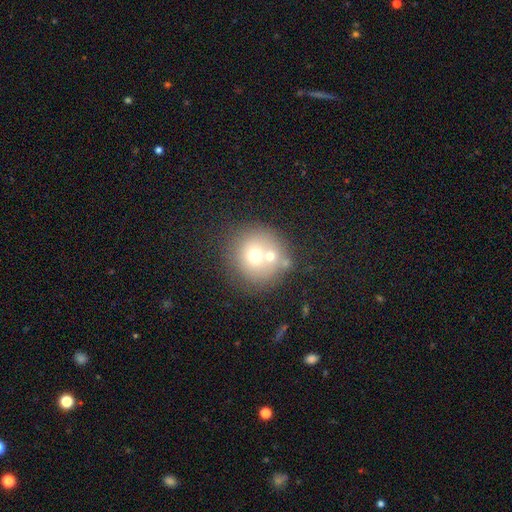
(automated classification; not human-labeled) Overall: smooth (64%). How rounded: round (91%). Merging: none (53%; merger 34%).